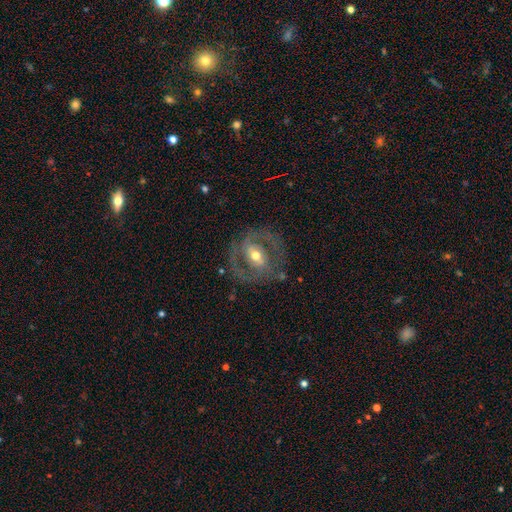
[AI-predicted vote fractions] This is likely a featured or disk galaxy (77%). It is clearly not viewed edge-on (95%). Bar: marginally weak (40%). Spiral arm pattern: likely yes (63%). Central bulge: likely moderate (70%). Merging: likely none (72%).